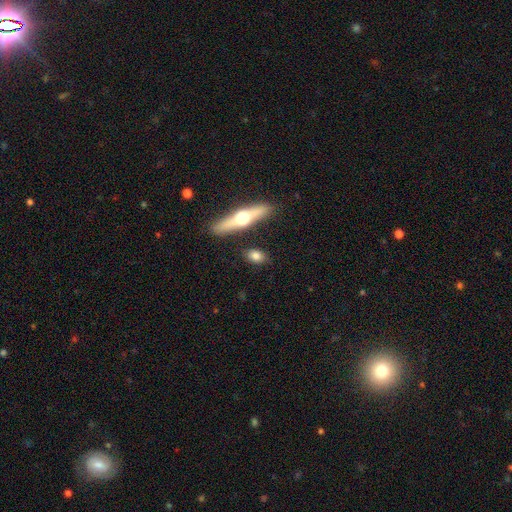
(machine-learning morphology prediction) Q: Smooth or featured?
A: smooth (68%); runner-up: featured or disk (25%)
Q: How rounded?
A: in between (66%); runner-up: round (18%)
Q: Merging?
A: none (83%); runner-up: minor disturbance (9%)